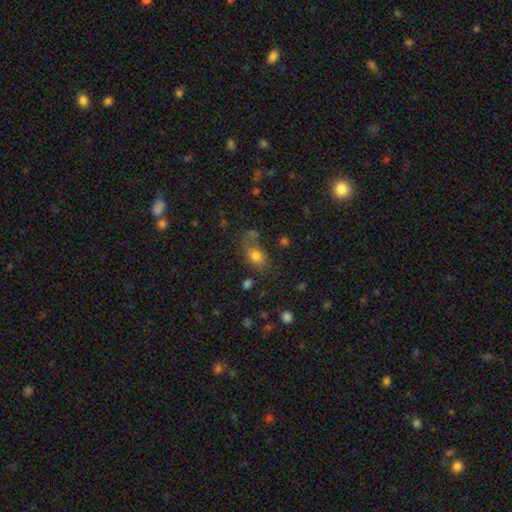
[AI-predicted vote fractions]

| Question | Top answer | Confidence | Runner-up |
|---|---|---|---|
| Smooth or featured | smooth | 76% | star or artifact (13%) |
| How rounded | in between | 58% | round (39%) |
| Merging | none | 55% | minor disturbance (21%) |